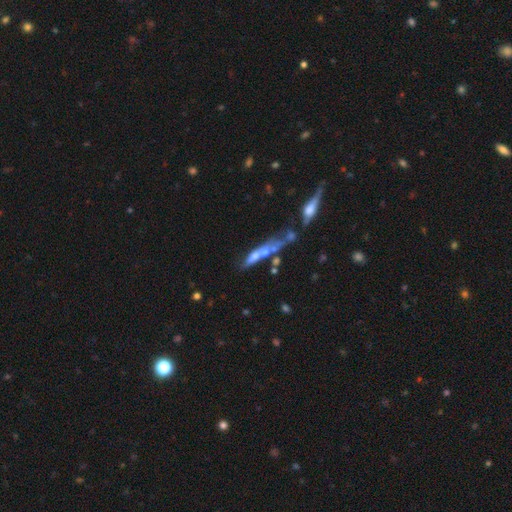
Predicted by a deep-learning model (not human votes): The model was most divided on "smooth or featured": featured or disk: 48%, smooth: 39%, star or artifact: 12%. Remaining: merging — merger (38%).